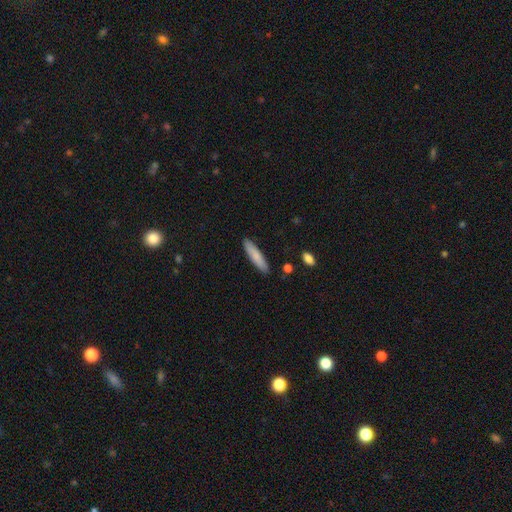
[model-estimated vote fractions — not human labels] Smooth or featured? Predicted: smooth (p=0.80). How rounded? Predicted: cigar-shaped (p=0.83). Merging? Predicted: none (p=0.89).